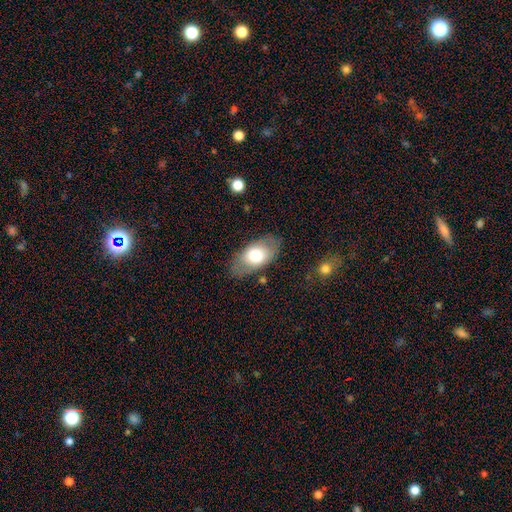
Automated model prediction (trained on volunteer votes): Q: Smooth or featured?
A: smooth (69%); runner-up: featured or disk (25%)
Q: How rounded?
A: in between (92%); runner-up: round (6%)
Q: Merging?
A: none (78%); runner-up: minor disturbance (15%)